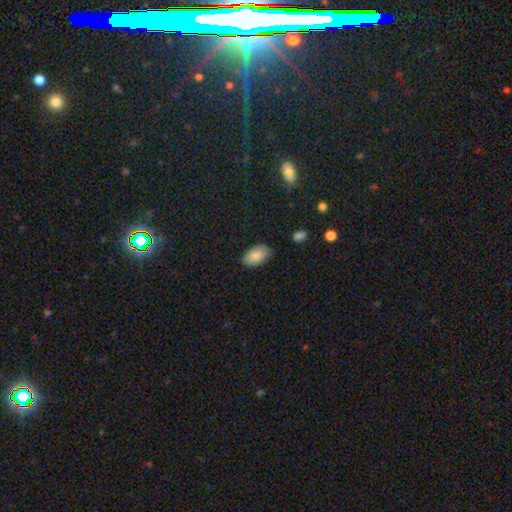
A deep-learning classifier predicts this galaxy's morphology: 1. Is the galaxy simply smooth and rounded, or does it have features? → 85% smooth, 8% featured or disk, 7% star or artifact.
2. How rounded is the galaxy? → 94% in between, 5% round, 1% cigar-shaped.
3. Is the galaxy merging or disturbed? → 82% none, 14% minor disturbance, 2% major disturbance, 1% merger.